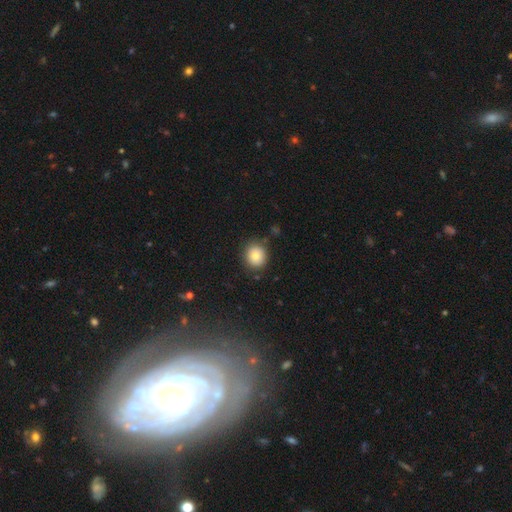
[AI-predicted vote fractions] A smooth galaxy with no disk features (80%) that is round (84%).

Vote fractions:
- Smooth or featured? smooth: 80% / star or artifact: 10% / featured or disk: 10%
- How rounded? round: 84% / in between: 15% / cigar-shaped: 1%
- Merging? none: 83% / minor disturbance: 11% / major disturbance: 3% / merger: 2%